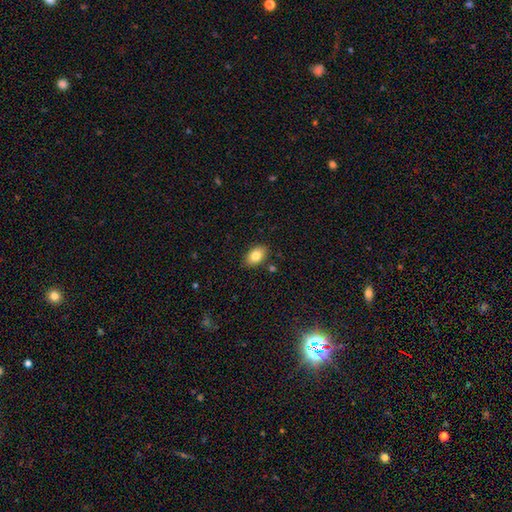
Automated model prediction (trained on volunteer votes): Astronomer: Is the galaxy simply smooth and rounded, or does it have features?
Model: smooth — 83%.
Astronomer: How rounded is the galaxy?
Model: in between — 90%.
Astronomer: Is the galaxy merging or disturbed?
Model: none — 85%.